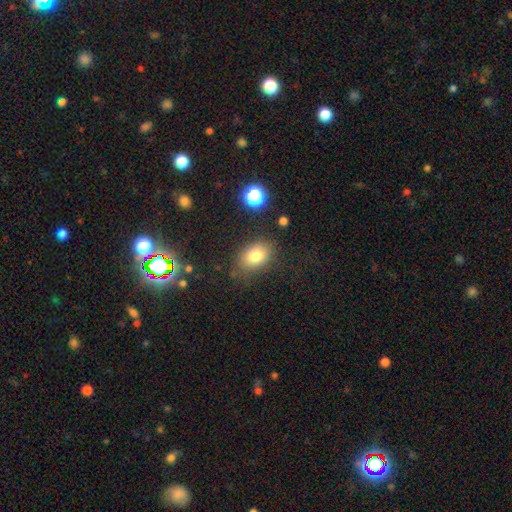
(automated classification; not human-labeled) smooth 79%, star or artifact 11%, featured or disk 10%. Down the decision tree: how rounded — in between (74%); merging — none (75%).